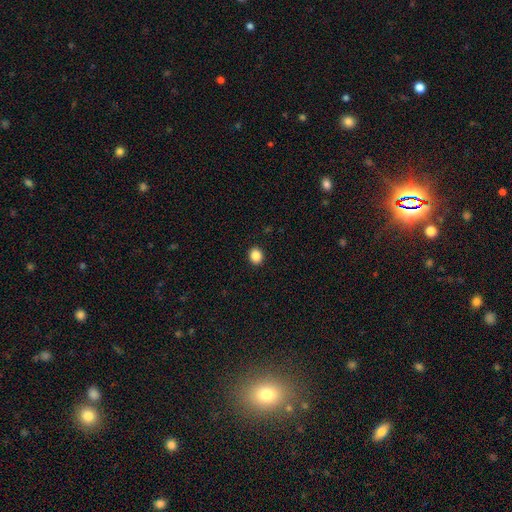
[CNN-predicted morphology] Smooth or featured? Predicted: smooth (p=0.87). How rounded? Predicted: round (p=0.63). Merging? Predicted: none (p=0.92).